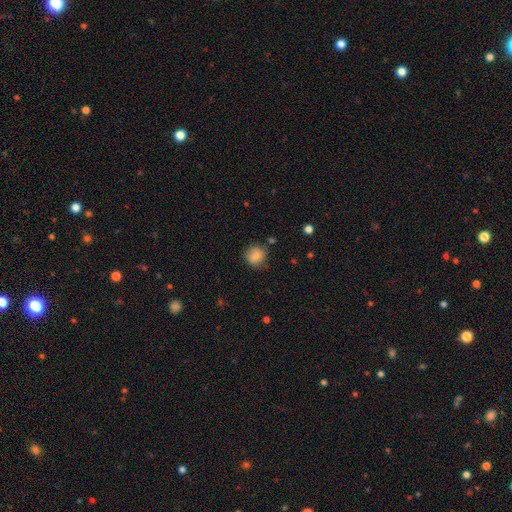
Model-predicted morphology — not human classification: Overall: smooth (84%). How rounded: round (87%). Merging: none (81%).